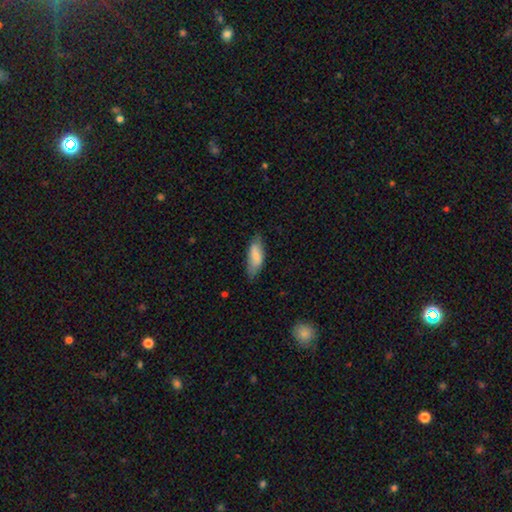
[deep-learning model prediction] The model was most divided on "merging": none: 63%, minor disturbance: 29%, major disturbance: 7%, merger: 2%. More confident: smooth or featured — smooth (77%); how rounded — in between (72%).